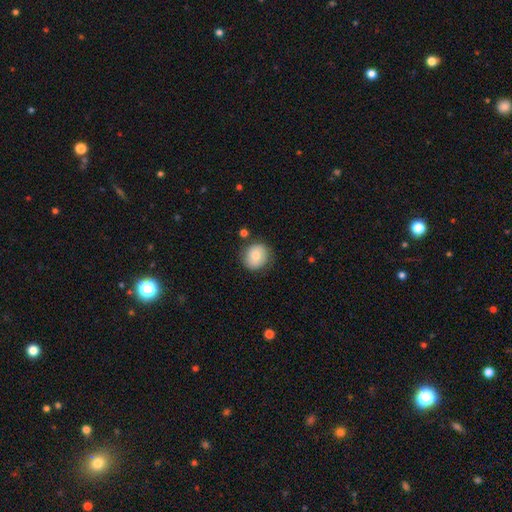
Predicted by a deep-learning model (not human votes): smooth 78%, featured or disk 15%, star or artifact 8%. Down the decision tree: how rounded — round (80%); merging — none (80%).